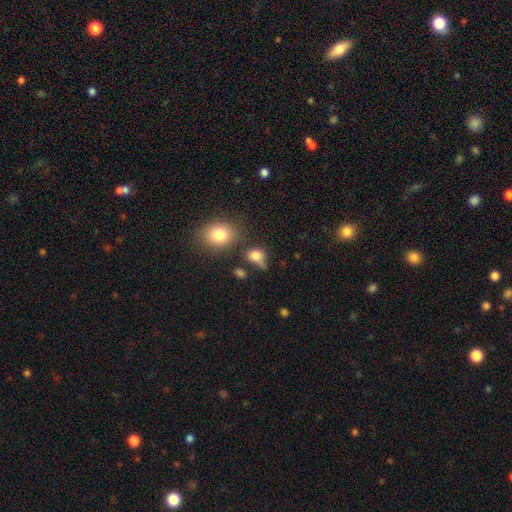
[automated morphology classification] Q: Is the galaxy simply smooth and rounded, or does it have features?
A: smooth — 80%.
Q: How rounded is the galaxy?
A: in between — 52%.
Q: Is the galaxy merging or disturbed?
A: none — 45%.